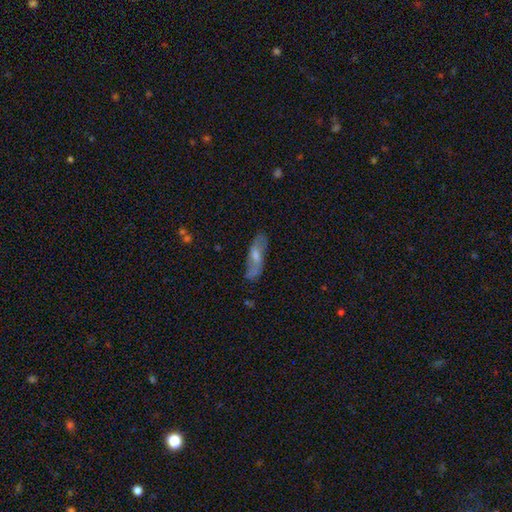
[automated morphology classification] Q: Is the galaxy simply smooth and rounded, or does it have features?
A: featured or disk — 55%.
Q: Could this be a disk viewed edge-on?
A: no — 68%.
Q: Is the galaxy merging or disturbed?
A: none — 78%.